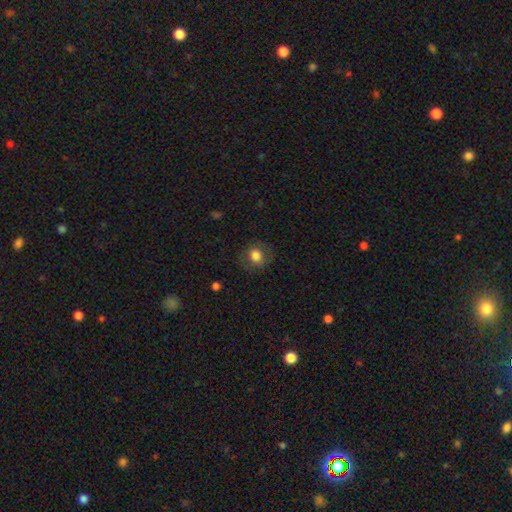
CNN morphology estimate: Smooth or featured? smooth (75%)
How rounded? round (75%)
Merging? none (80%)